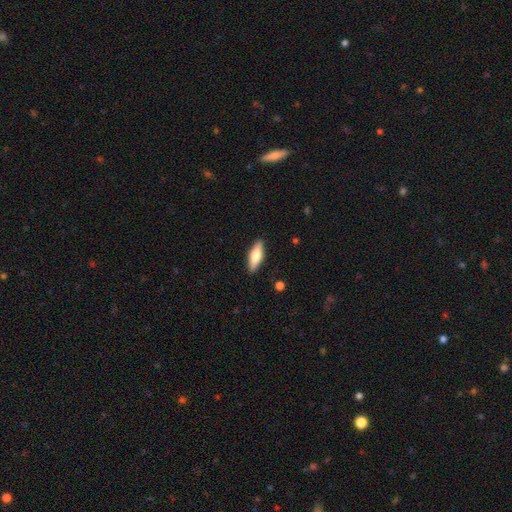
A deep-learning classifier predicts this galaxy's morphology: This appears to be a smooth galaxy with no disk features (61%) that is in between round and cigar-shaped (57%). Merging: none (89%).